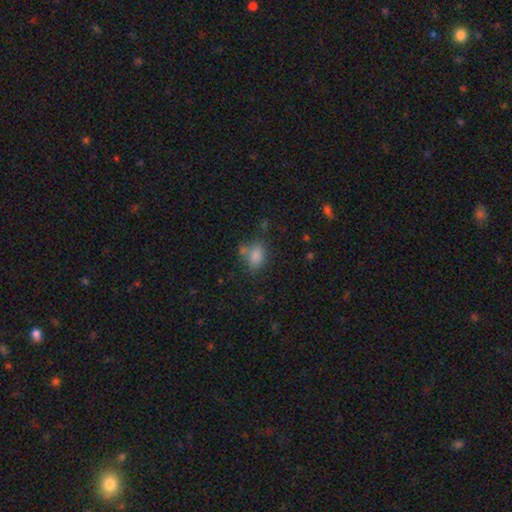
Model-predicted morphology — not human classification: type=smooth (81%); roundness=in between (76%); merging=none (56%).